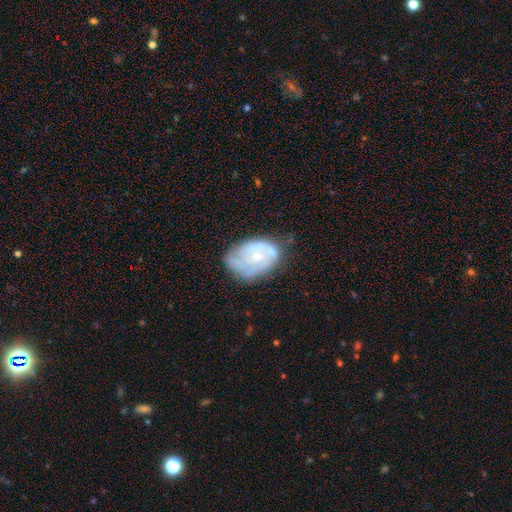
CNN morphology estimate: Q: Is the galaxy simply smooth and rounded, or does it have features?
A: featured or disk — 76%.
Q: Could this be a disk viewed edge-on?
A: no — 98%.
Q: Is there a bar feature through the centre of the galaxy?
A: no — 69%.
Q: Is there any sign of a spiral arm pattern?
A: yes — 84%.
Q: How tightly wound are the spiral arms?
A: tight — 58%.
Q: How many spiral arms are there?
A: can't tell — 37%.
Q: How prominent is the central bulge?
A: small — 58%.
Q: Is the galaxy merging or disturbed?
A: none — 57%.